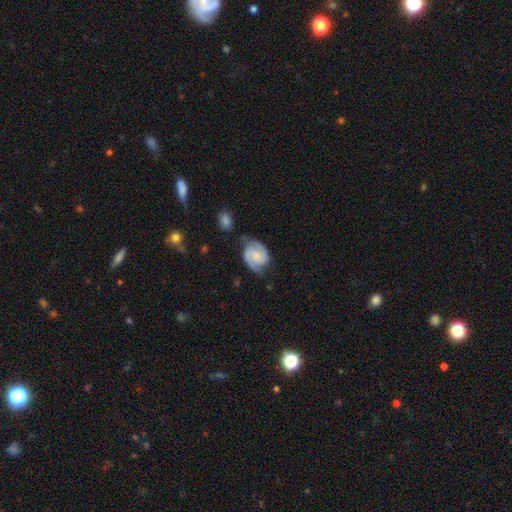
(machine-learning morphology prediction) This appears to be a featured or disk galaxy (70%) with no bar (52%), 2 (87%) medium (46%) spiral arms (94%) and a small central bulge (41%). Merging: none (58%).